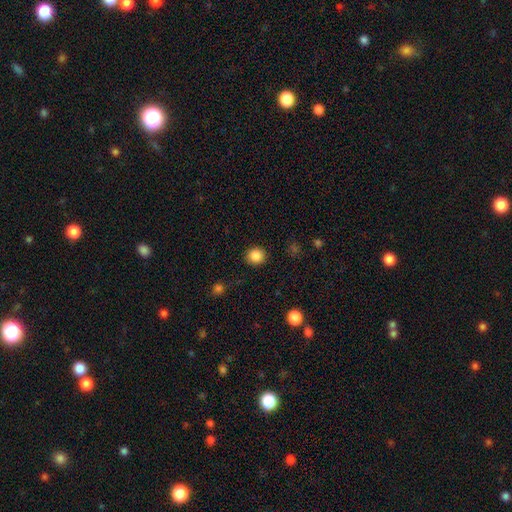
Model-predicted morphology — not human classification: Overall: smooth (86%). How rounded: round (85%). Merging: none (90%).